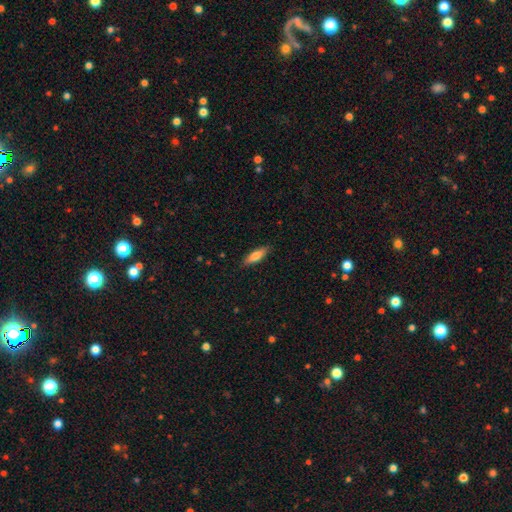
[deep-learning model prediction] The model was most divided on "how rounded" (2-way tie): in between: 49%, cigar-shaped: 49%, round: 2%. More confident: merging — none (87%); smooth or featured — smooth (73%).